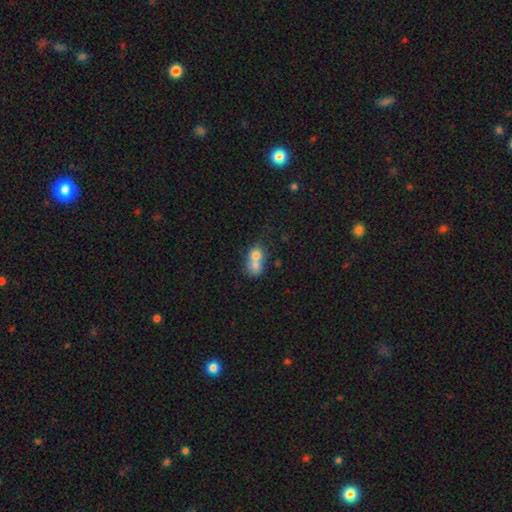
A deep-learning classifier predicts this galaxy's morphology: Smooth or featured? Predicted: smooth (p=0.70). How rounded? Predicted: in between (p=0.49, tied with round). Merging? Predicted: merger (p=0.72).